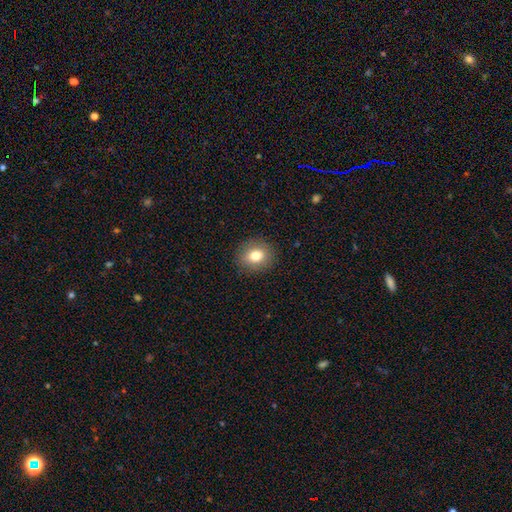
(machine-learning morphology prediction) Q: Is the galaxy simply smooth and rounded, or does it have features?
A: smooth — 79%.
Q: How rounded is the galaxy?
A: round — 66%.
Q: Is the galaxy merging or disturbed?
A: none — 89%.